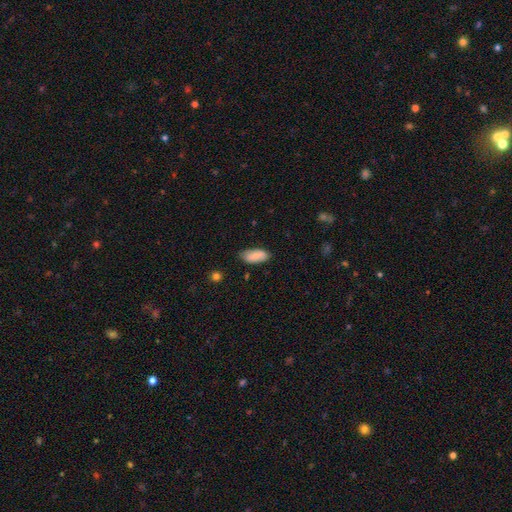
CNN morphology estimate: This appears to be a smooth galaxy with no disk features (85%) that is in between round and cigar-shaped (90%). Merging: none (78%).